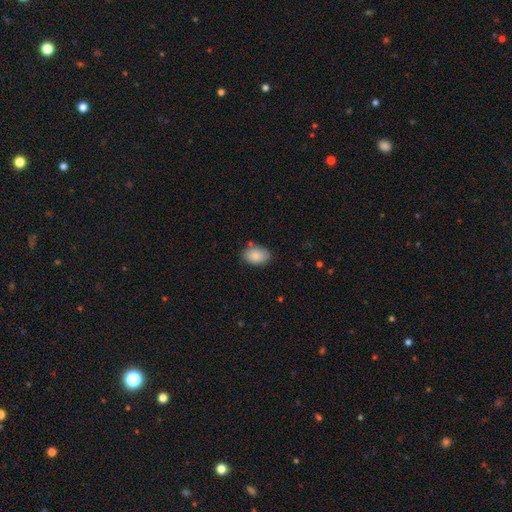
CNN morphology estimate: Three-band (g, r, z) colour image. It shows a smooth galaxy with no disk features (87%) that is in between round and cigar-shaped (87%). Merging: none (77%).